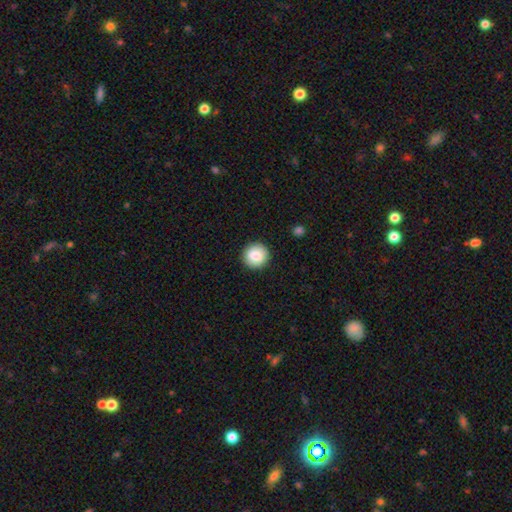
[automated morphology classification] type=smooth (85%); roundness=round (93%); merging=none (92%).